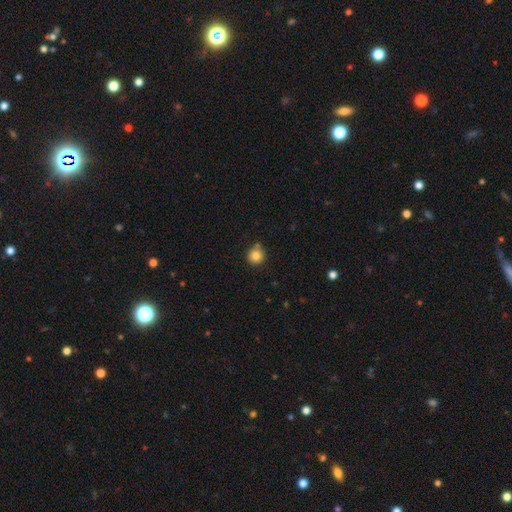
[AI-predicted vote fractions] Smooth or featured? Predicted: smooth (p=0.84). How rounded? Predicted: round (p=0.93). Merging? Predicted: none (p=0.79).